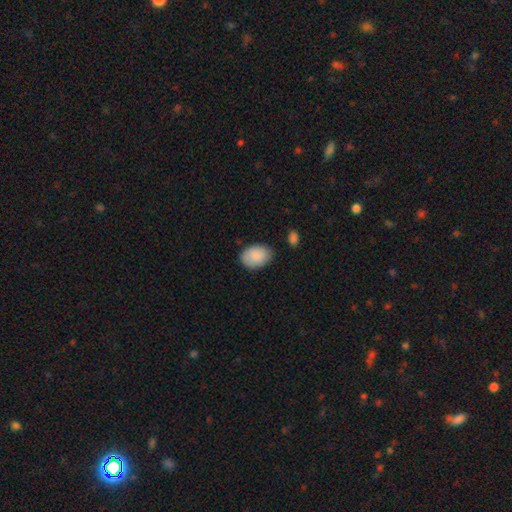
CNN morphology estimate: The model was most divided on "merging": none: 78%, minor disturbance: 16%, major disturbance: 3%, merger: 3%. More confident: smooth or featured — smooth (89%); how rounded — in between (84%).